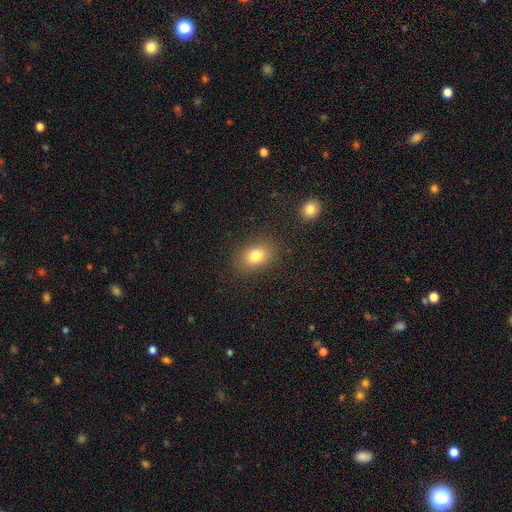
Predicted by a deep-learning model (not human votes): This is likely a smooth galaxy (80%). How rounded: likely in between (67%). Merging: clearly none (84%).